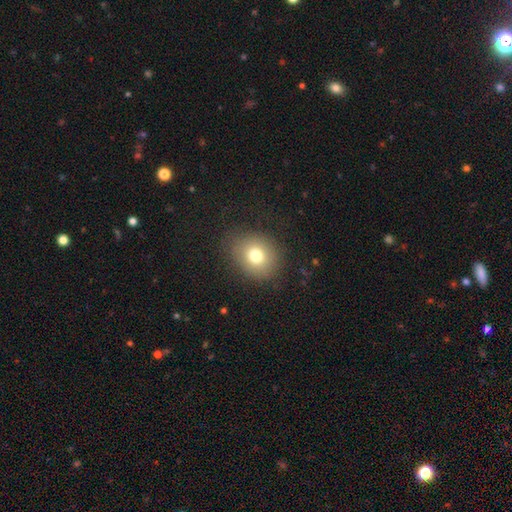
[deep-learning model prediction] smooth 76%, star or artifact 12%, featured or disk 12%. Down the decision tree: how rounded — round (73%); merging — none (81%).